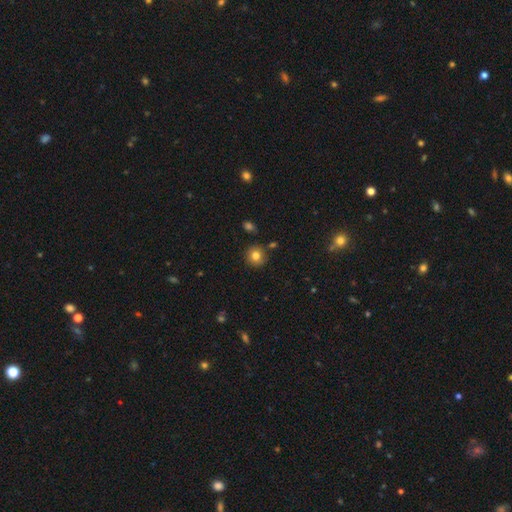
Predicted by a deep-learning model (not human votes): smooth-or-featured: smooth: 81% | star or artifact: 11% | featured or disk: 8%
  how-rounded: round: 91% | in between: 8% | cigar-shaped: 1%
  merging: none: 85% | minor disturbance: 9% | merger: 4% | major disturbance: 2%